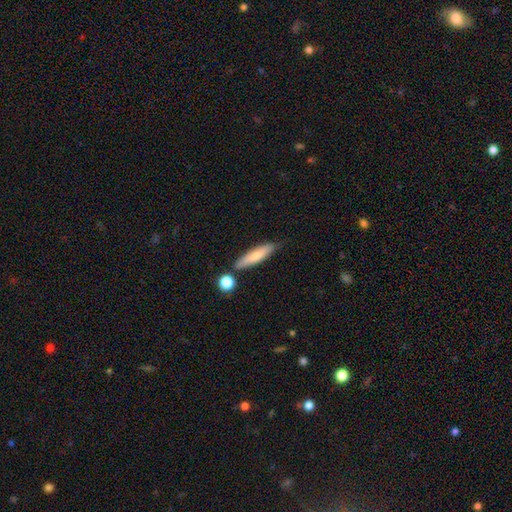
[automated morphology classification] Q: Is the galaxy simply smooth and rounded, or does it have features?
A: smooth — 73%.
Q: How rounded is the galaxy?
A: cigar-shaped — 77%.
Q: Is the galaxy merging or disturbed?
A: none — 73%.